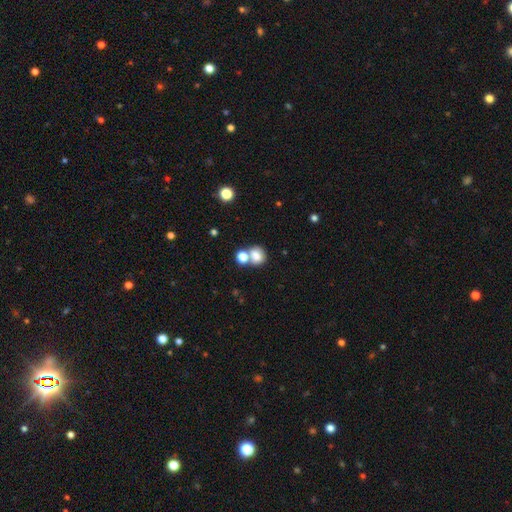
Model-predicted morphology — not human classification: Smooth or featured? Predicted: smooth (p=0.77). How rounded? Predicted: round (p=0.70). Merging? Predicted: none (p=0.45).